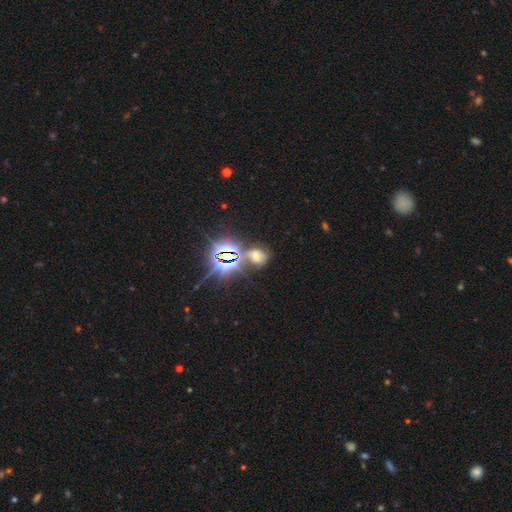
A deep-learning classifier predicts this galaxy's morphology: Smooth or featured? star or artifact (56%)